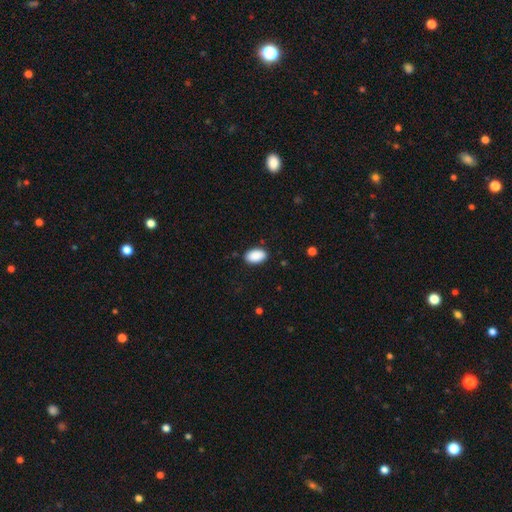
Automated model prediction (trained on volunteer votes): Q: Smooth or featured?
A: smooth (90%); runner-up: star or artifact (7%)
Q: How rounded?
A: in between (93%); runner-up: round (5%)
Q: Merging?
A: none (87%); runner-up: minor disturbance (10%)